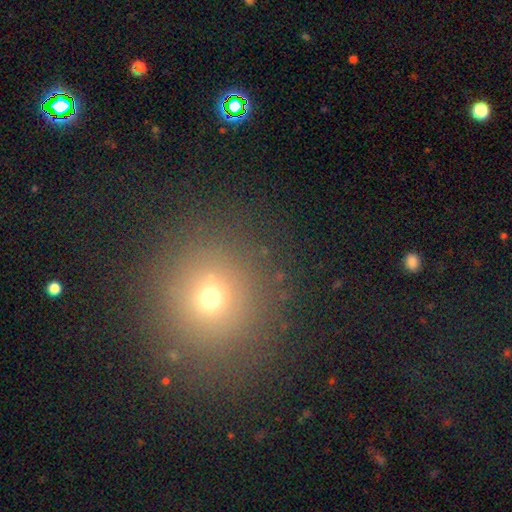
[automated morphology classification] smooth-or-featured: smooth: 64% | star or artifact: 27% | featured or disk: 9%
  how-rounded: round: 89% | in between: 9% | cigar-shaped: 1%
  merging: none: 87% | minor disturbance: 7% | major disturbance: 4% | merger: 2%